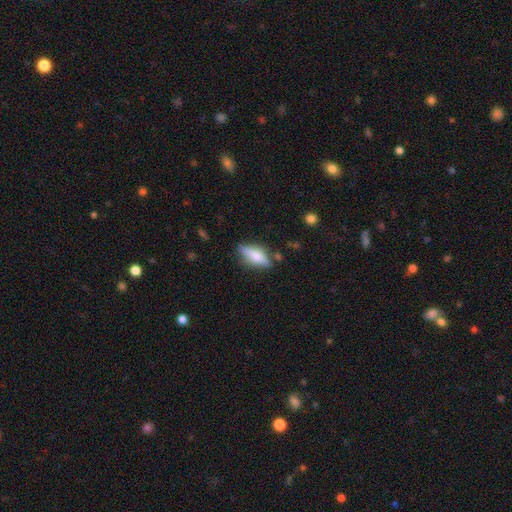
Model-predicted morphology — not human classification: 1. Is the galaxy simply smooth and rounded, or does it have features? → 53% smooth, 39% featured or disk, 8% star or artifact.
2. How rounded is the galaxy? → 54% in between, 43% cigar-shaped, 3% round.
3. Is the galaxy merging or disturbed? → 75% none, 17% minor disturbance, 5% major disturbance, 3% merger.